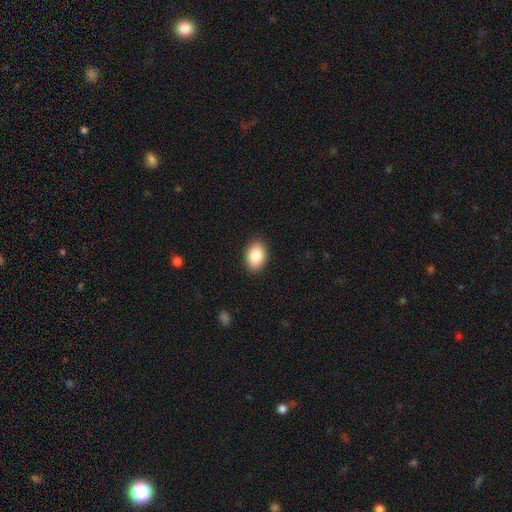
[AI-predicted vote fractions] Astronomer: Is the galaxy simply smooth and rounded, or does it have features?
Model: smooth — 88%.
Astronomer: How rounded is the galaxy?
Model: in between — 85%.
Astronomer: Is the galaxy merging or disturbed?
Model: none — 89%.